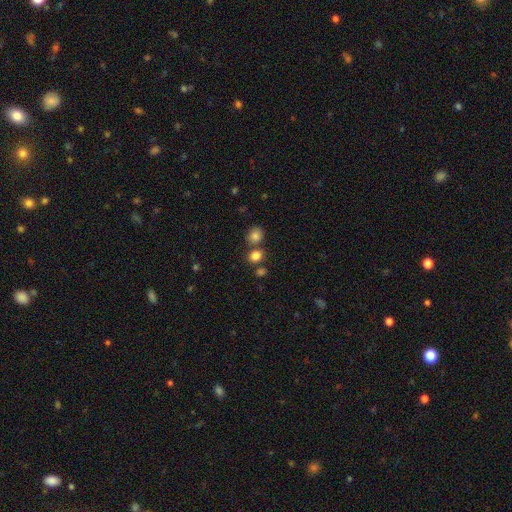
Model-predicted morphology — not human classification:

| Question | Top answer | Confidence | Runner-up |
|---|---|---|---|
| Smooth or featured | smooth | 82% | star or artifact (13%) |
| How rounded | round | 66% | in between (33%) |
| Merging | none | 66% | merger (22%) |